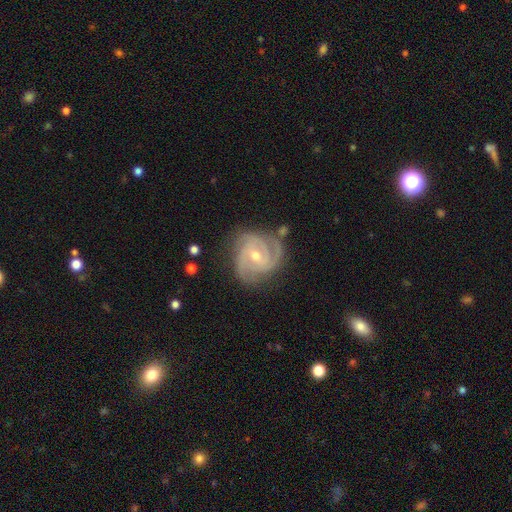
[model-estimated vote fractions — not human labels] Q: Smooth or featured?
A: featured or disk (91%); runner-up: star or artifact (5%)
Q: Edge-on disk?
A: no (98%); runner-up: yes (2%)
Q: Bar?
A: no (49%); runner-up: weak (39%)
Q: Spiral arms?
A: yes (98%); runner-up: no (2%)
Q: Spiral winding?
A: tight (66%); runner-up: medium (30%)
Q: Spiral arm count?
A: 3 (50%); runner-up: 2 (25%)
Q: Bulge size?
A: moderate (51%); runner-up: small (47%)
Q: Merging?
A: none (72%); runner-up: minor disturbance (19%)